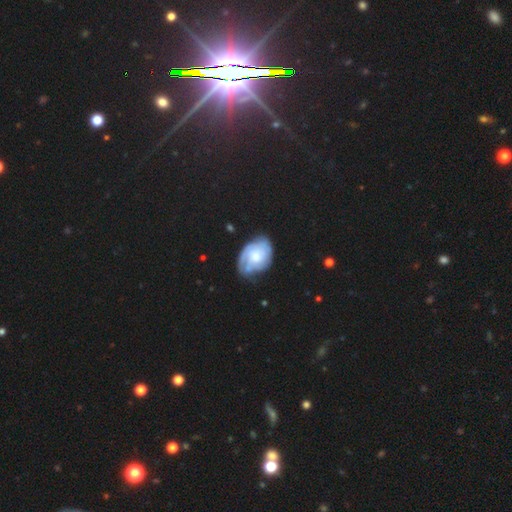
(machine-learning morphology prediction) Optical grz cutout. It shows a featured or disk galaxy (62%) with no bar (78%), spiral arms (83%) and a moderate central bulge (42%). Merging: none (57%).